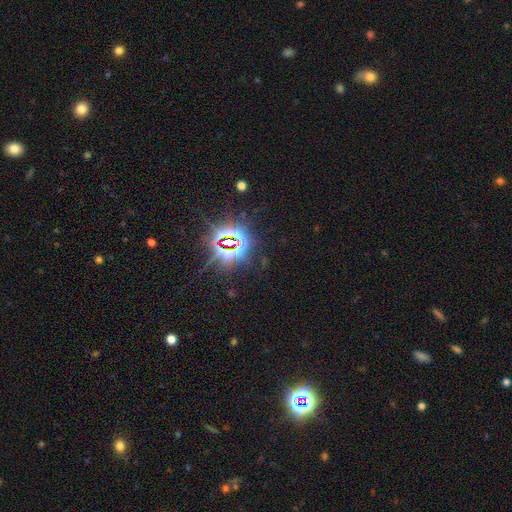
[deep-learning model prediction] Smooth or featured?
  - star or artifact: 85% *
  - smooth: 8%
  - featured or disk: 7%